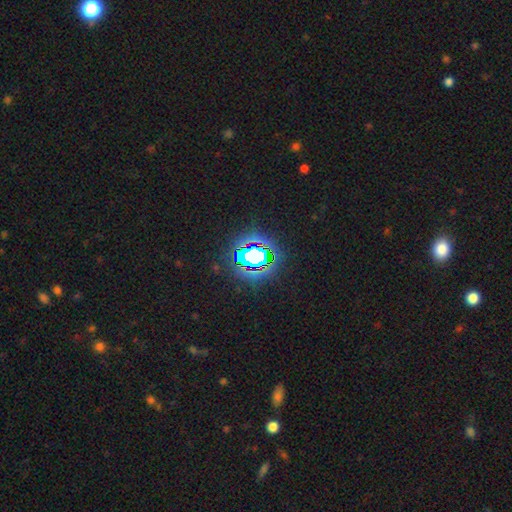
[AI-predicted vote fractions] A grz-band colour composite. It shows a star or artifact, not a galaxy (81%).